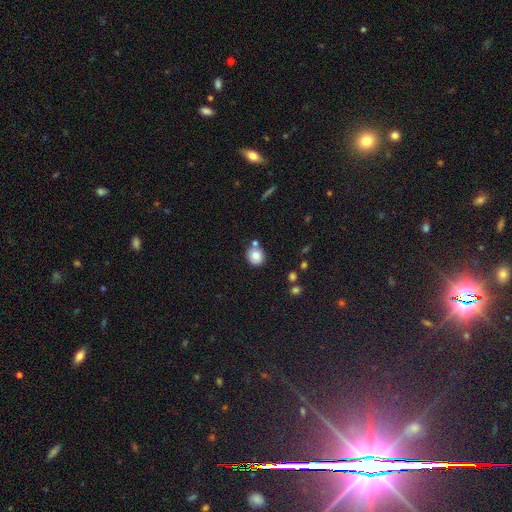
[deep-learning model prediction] Smooth or featured? smooth (80%)
How rounded? round (80%)
Merging? none (68%)